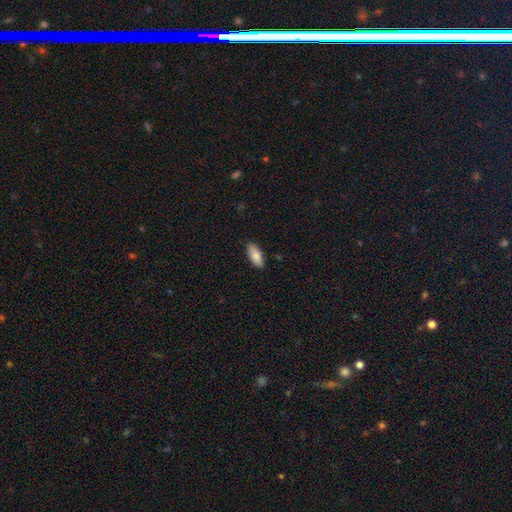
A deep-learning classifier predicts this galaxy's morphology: Smooth or featured?
  - smooth: 86% *
  - featured or disk: 8%
  - star or artifact: 6%
How rounded?
  - in between: 86% *
  - cigar-shaped: 12%
  - round: 2%
Merging?
  - none: 87% *
  - minor disturbance: 10%
  - major disturbance: 2%
  - merger: 1%